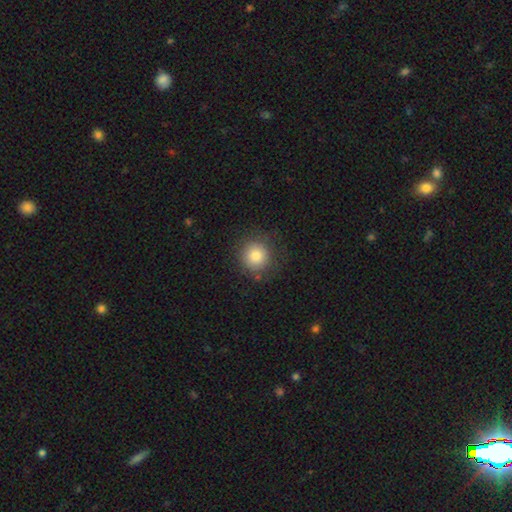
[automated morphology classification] A smooth galaxy with no disk features (82%) that is round (93%).

Vote fractions:
- Smooth or featured? smooth: 82% / star or artifact: 10% / featured or disk: 8%
- How rounded? round: 93% / in between: 6% / cigar-shaped: 1%
- Merging? none: 83% / minor disturbance: 11% / major disturbance: 4% / merger: 1%